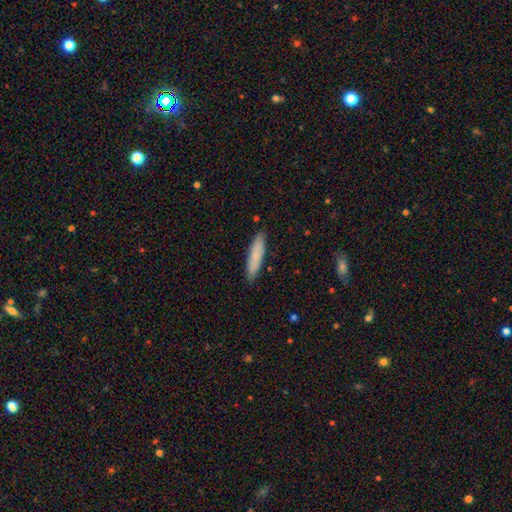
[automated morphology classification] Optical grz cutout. It shows a smooth galaxy with no disk features (82%) that is cigar-shaped (84%). Merging: none (89%).